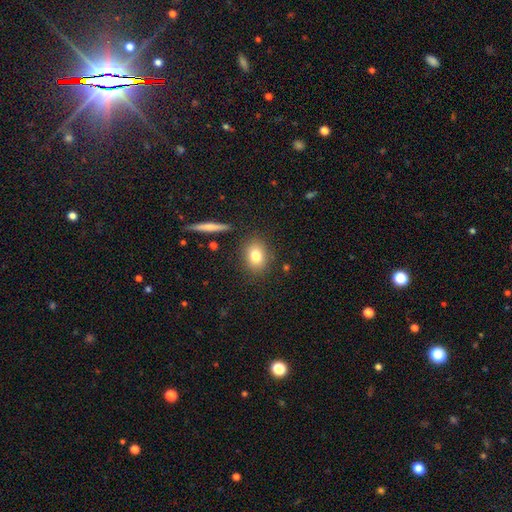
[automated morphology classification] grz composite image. It shows a smooth galaxy with no disk features (79%) that is in between round and cigar-shaped (53%). Merging: none (85%).